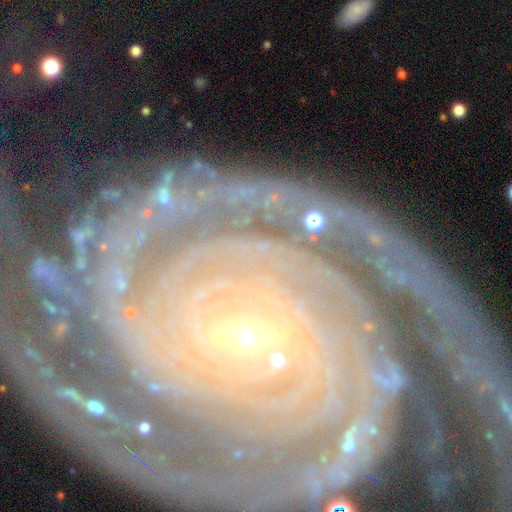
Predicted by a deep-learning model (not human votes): Overall: featured or disk (88%). Edge-on disk: no (96%). Bar: weak (37%; strong 33%). Spiral arms: yes (97%). Spiral arm count: 2 (27%; can't tell 21%). Spiral winding: tight (77%). Bulge size: small (69%). Merging: none (66%).